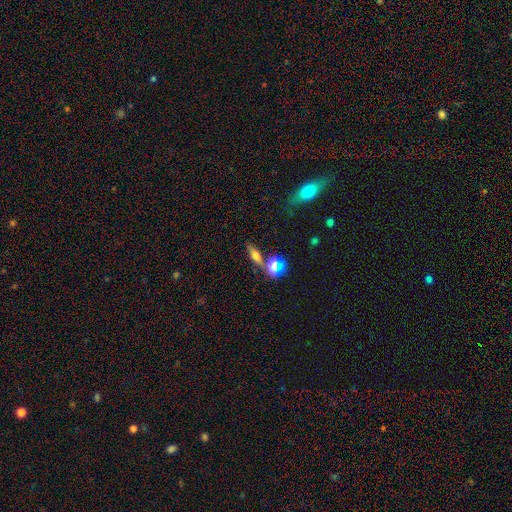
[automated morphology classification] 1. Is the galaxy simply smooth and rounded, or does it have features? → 49% smooth, 31% featured or disk, 20% star or artifact.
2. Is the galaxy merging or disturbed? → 69% none, 14% merger, 12% minor disturbance, 5% major disturbance.